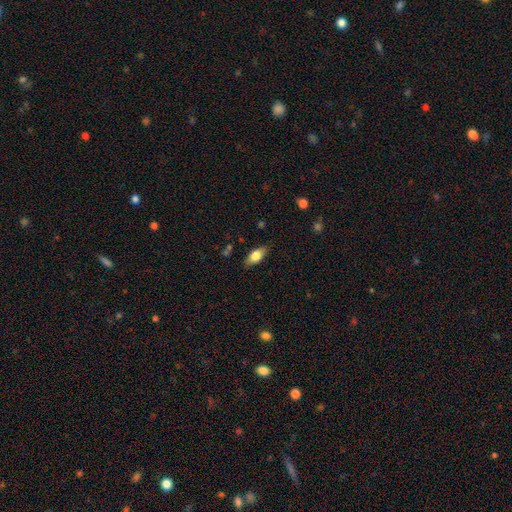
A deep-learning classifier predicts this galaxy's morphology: smooth_or_featured: smooth (p=0.72) [alt: featured or disk p=0.21]
how_rounded: in between (p=0.84) [alt: cigar-shaped p=0.11]
merging: none (p=0.83) [alt: minor disturbance p=0.13]